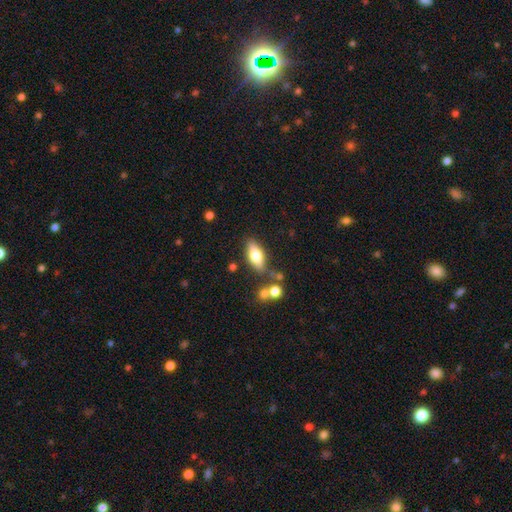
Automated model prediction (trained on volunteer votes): Morphology: type=smooth (67%); roundness=in between (78%); merging=none (73%).